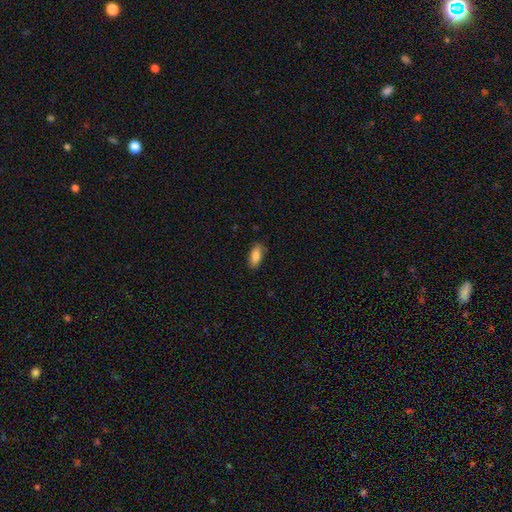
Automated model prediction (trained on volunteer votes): Smooth or featured? smooth (85%)
How rounded? in between (85%)
Merging? none (80%)